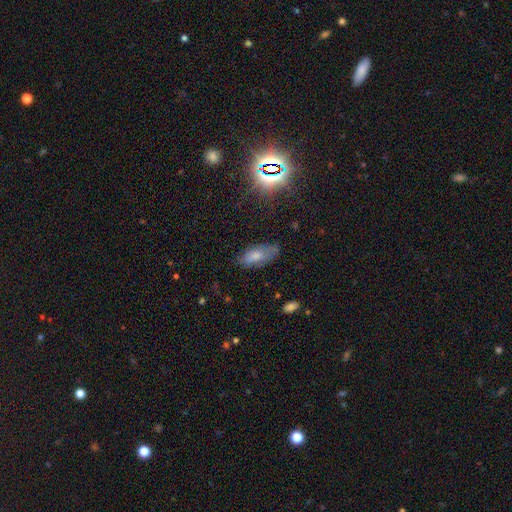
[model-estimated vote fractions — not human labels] Smooth or featured? smooth (70%)
How rounded? in between (85%)
Merging? none (65%)